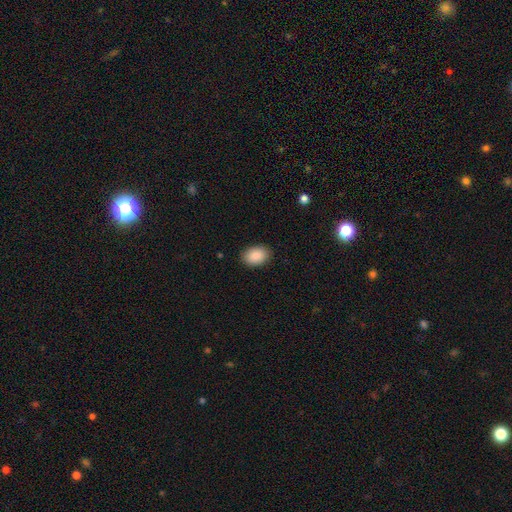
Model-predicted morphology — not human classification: smooth-or-featured: smooth: 90% | star or artifact: 7% | featured or disk: 4%
  how-rounded: in between: 86% | round: 13% | cigar-shaped: 1%
  merging: none: 88% | minor disturbance: 9% | major disturbance: 2% | merger: 1%